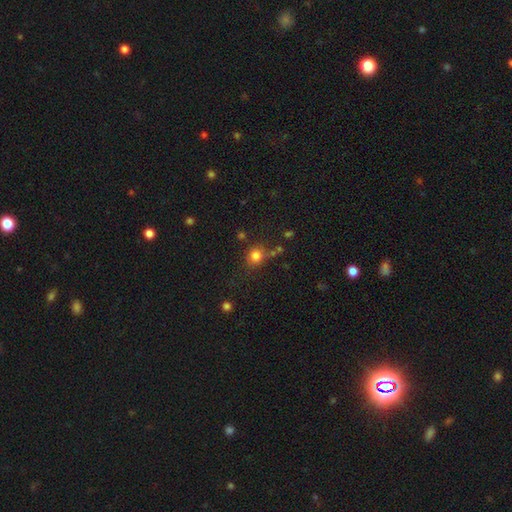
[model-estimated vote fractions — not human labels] A smooth galaxy with no disk features (79%) that is round (80%). Merging: none (71%).